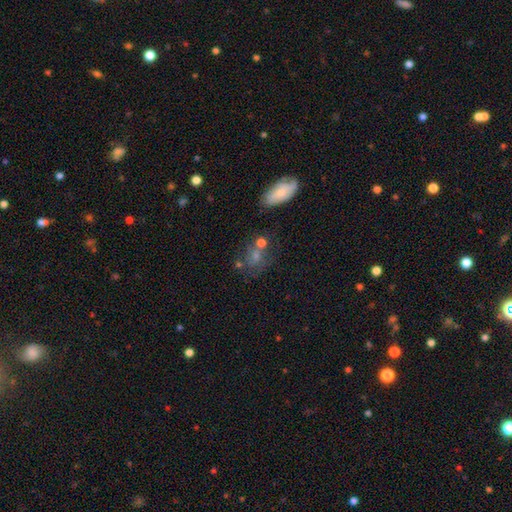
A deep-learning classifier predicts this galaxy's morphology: This is marginally a smooth galaxy (40%). Merging: possibly none (54%).